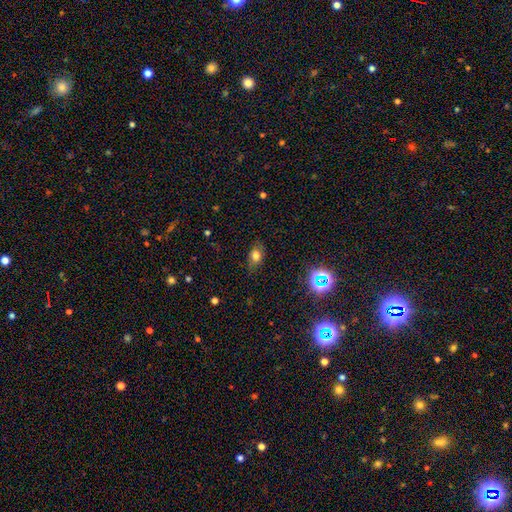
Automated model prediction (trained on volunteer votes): Smooth or featured?
  - smooth: 71% *
  - star or artifact: 16%
  - featured or disk: 13%
How rounded?
  - in between: 77% *
  - round: 20%
  - cigar-shaped: 2%
Merging?
  - none: 75% *
  - minor disturbance: 18%
  - major disturbance: 5%
  - merger: 1%